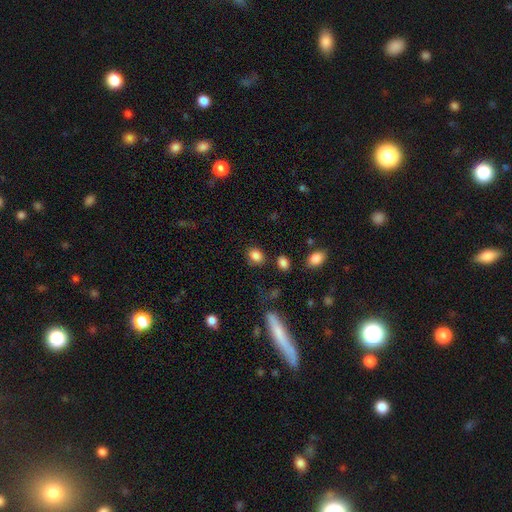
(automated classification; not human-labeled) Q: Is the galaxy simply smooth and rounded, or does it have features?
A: smooth — 85%.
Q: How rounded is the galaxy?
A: in between — 51%.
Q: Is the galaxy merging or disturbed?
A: none — 79%.